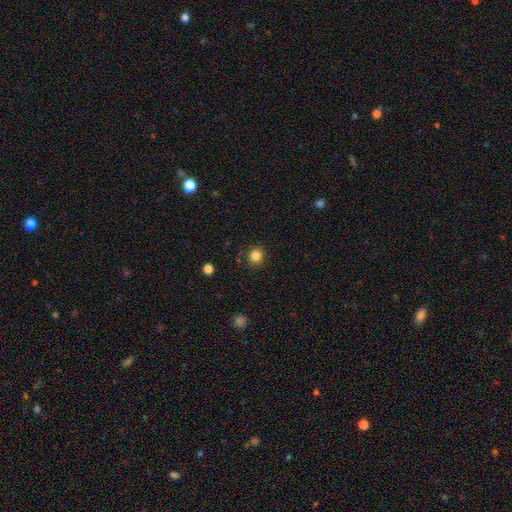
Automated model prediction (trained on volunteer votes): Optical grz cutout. It shows a smooth galaxy with no disk features (83%) that is round (87%). Merging: none (89%).